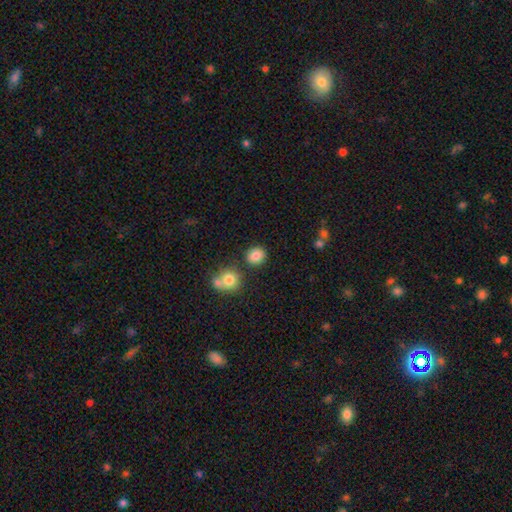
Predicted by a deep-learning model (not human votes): Overall: smooth (83%). How rounded: round (84%). Merging: none (82%).